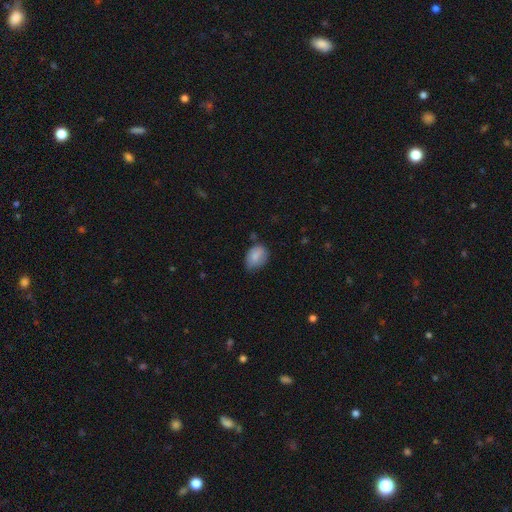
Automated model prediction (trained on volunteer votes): Smooth or featured? smooth (83%)
How rounded? in between (75%)
Merging? none (57%)